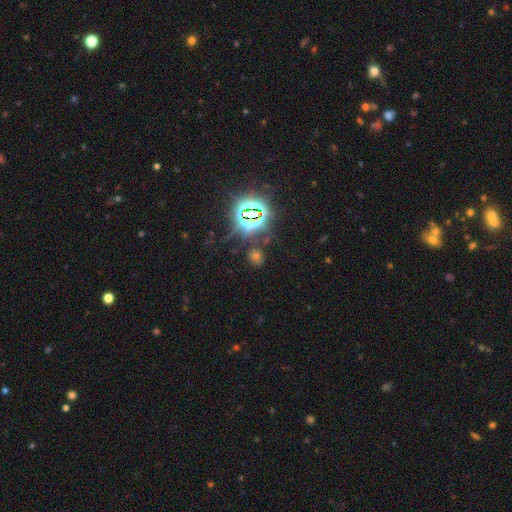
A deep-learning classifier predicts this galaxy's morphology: Smooth or featured? Predicted: star or artifact (p=0.63).